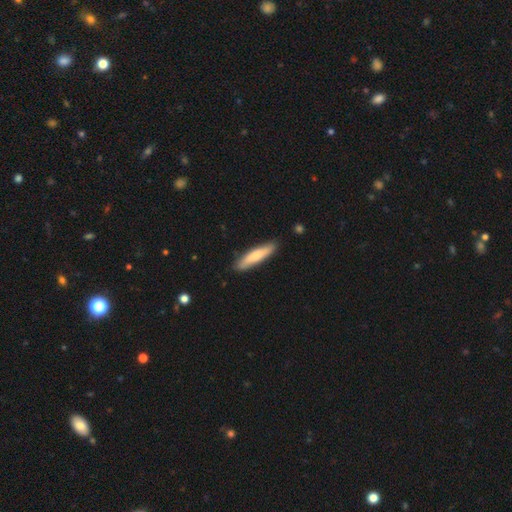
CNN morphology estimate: Smooth or featured: smooth — 72% (featured or disk — 23%)
How rounded: cigar-shaped — 85% (in between — 14%)
Merging: none — 86% (minor disturbance — 11%)